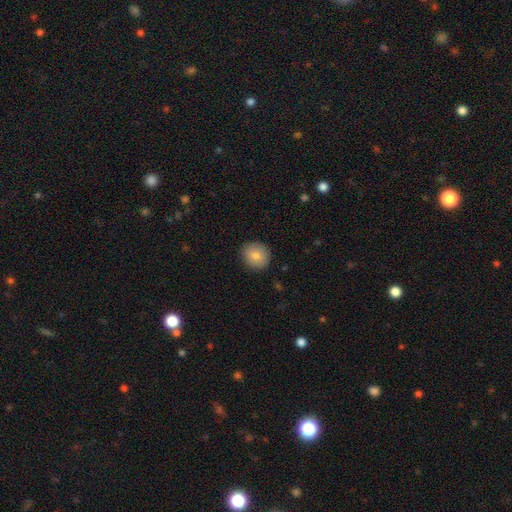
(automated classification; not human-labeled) A smooth galaxy with no disk features (84%) that is round (85%).

Vote fractions:
- Smooth or featured? smooth: 84% / featured or disk: 8% / star or artifact: 8%
- How rounded? round: 85% / in between: 14% / cigar-shaped: 1%
- Merging? none: 89% / minor disturbance: 8% / major disturbance: 2% / merger: 1%